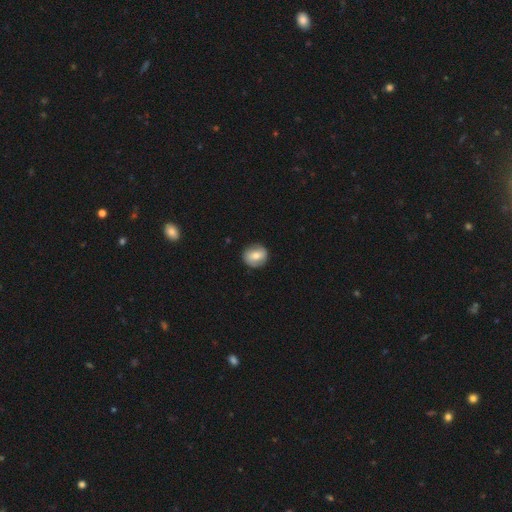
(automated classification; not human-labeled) Overall: smooth (64%; featured or disk 28%). How rounded: round (82%). Merging: none (86%).